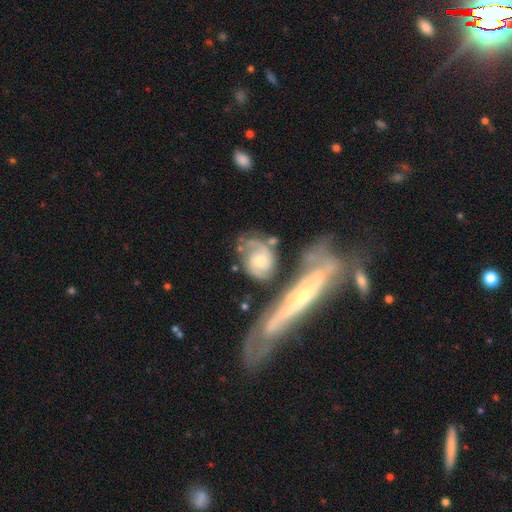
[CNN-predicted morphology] featured or disk 74%, smooth 19%, star or artifact 7%. Down the decision tree: edge-on disk — no (81%); bar — no (72%); spiral arms — yes (83%); bulge size — moderate (51%); merging — none (41%).